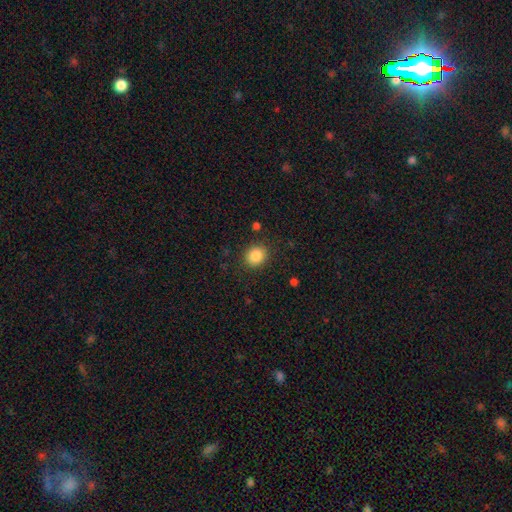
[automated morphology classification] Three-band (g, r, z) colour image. It shows a smooth galaxy with no disk features (87%) that is round (70%). Merging: none (87%).